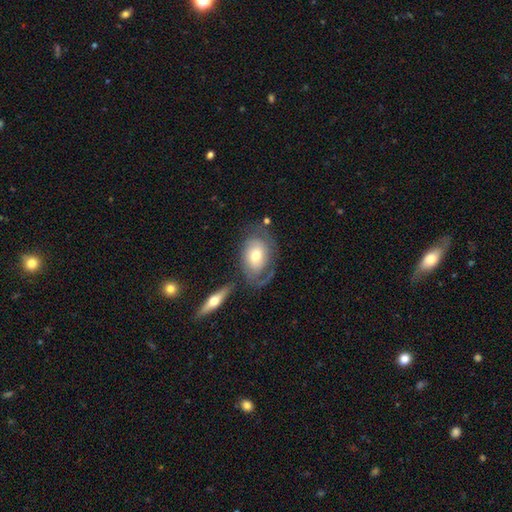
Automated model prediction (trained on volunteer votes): A featured or disk galaxy (58%) with no bar (71%), spiral arms (77%) and a moderate central bulge (65%). Merging: none (49%).